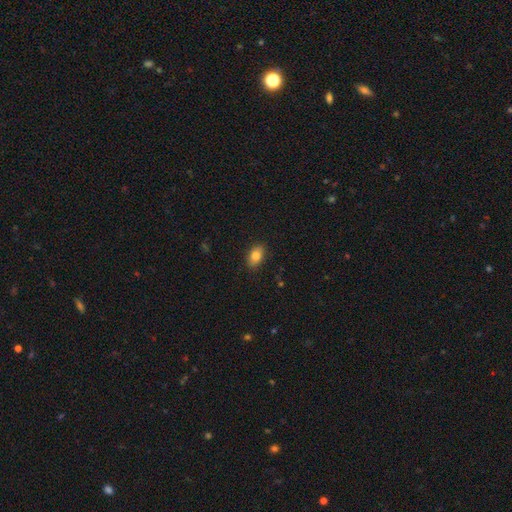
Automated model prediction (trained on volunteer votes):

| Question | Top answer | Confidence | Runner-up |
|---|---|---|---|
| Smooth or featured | smooth | 84% | star or artifact (8%) |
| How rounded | in between | 88% | round (9%) |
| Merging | none | 88% | minor disturbance (9%) |